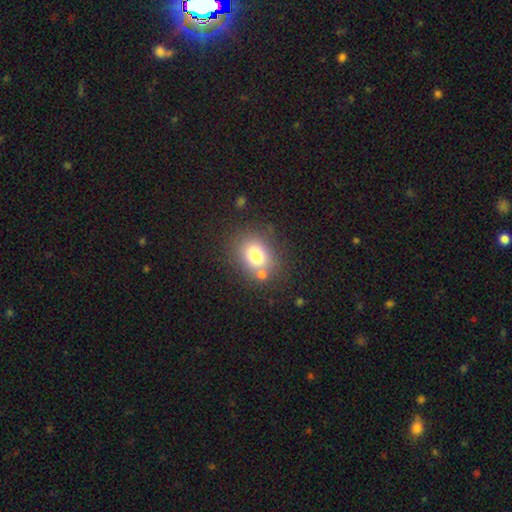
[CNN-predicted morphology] smooth 76%, star or artifact 12%, featured or disk 12%. Down the decision tree: how rounded — in between (52%); merging — none (70%).